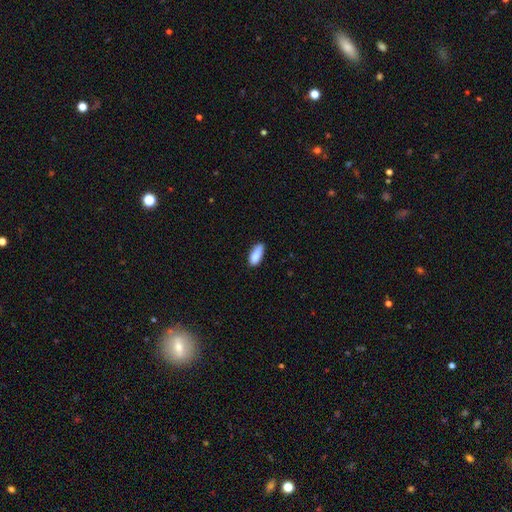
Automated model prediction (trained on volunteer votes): This is clearly a smooth galaxy (84%). How rounded: clearly in between (80%). Merging: likely none (62%).